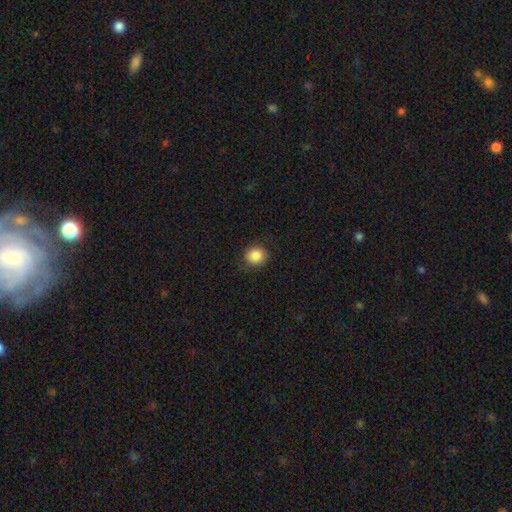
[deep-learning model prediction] A smooth galaxy with no disk features (86%) that is round (88%). Merging: none (84%).